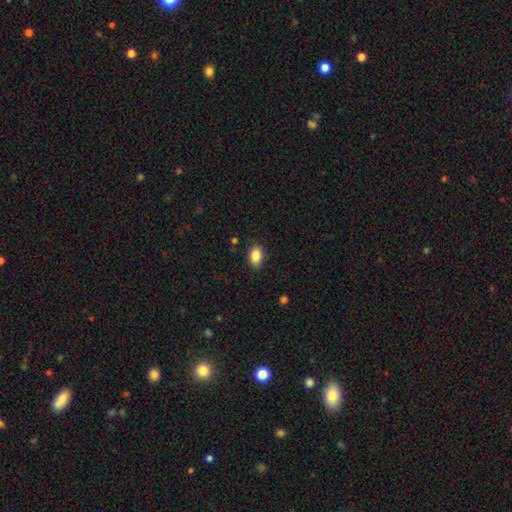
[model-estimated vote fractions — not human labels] A smooth galaxy with no disk features (86%) that is in between round and cigar-shaped (85%).

Vote fractions:
- Smooth or featured? smooth: 86% / star or artifact: 8% / featured or disk: 6%
- How rounded? in between: 85% / round: 13% / cigar-shaped: 1%
- Merging? none: 87% / minor disturbance: 10% / major disturbance: 2% / merger: 1%